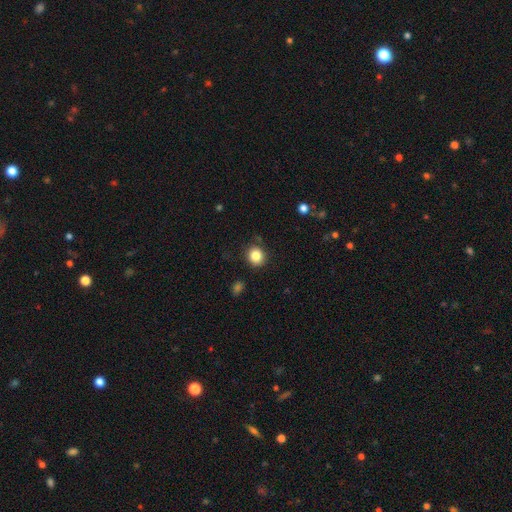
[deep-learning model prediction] A smooth galaxy with no disk features (84%) that is round (81%). Merging: none (84%).